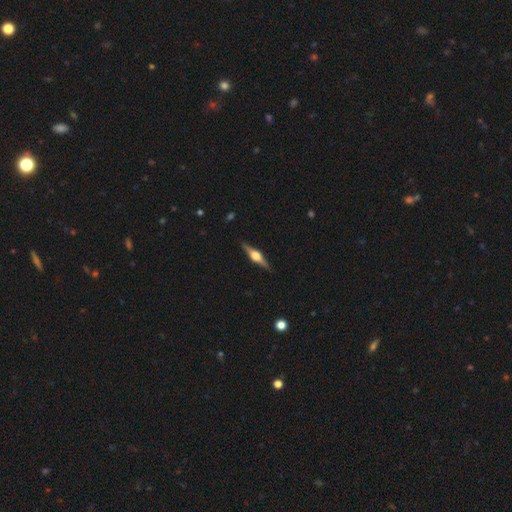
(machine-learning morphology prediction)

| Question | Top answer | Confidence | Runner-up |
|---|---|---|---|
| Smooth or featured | featured or disk | 80% | smooth (15%) |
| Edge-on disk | yes | 98% | no (2%) |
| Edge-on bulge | rounded | 93% | boxy (6%) |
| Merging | none | 90% | minor disturbance (7%) |